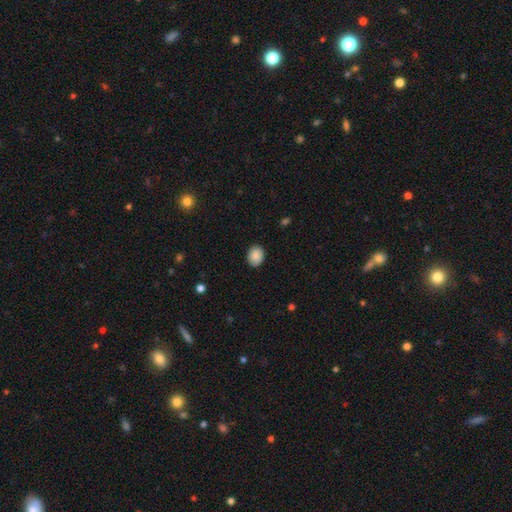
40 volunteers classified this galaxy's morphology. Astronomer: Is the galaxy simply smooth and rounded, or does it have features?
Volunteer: smooth — 85%.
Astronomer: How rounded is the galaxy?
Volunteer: in between — 68%.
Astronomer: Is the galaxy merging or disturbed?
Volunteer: none — 89%.